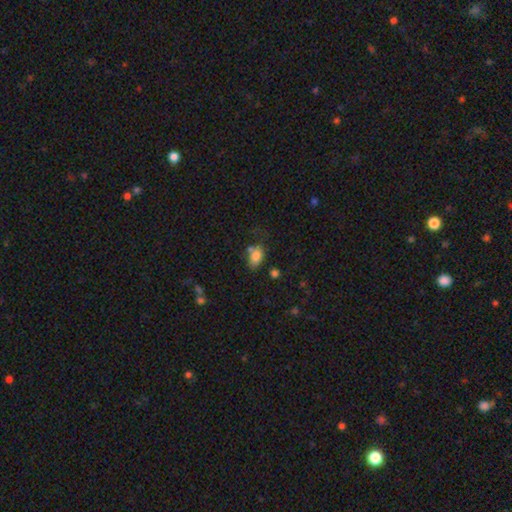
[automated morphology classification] Q: Smooth or featured?
A: smooth (82%); runner-up: star or artifact (9%)
Q: How rounded?
A: in between (87%); runner-up: round (11%)
Q: Merging?
A: none (56%); runner-up: minor disturbance (22%)